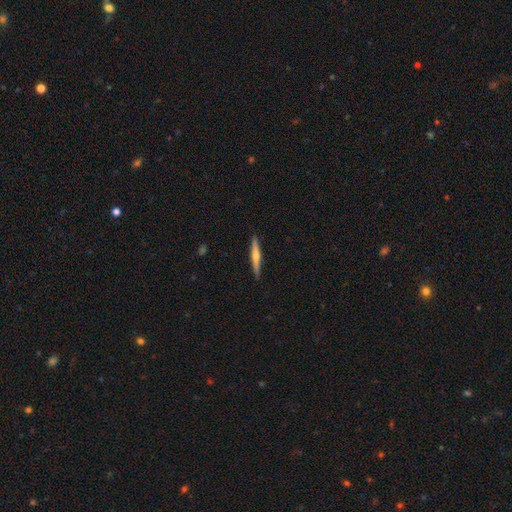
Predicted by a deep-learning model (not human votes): This appears to be a featured or disk galaxy (56%) viewed edge-on (97%) with a rounded central bulge (78%). Merging: none (91%).